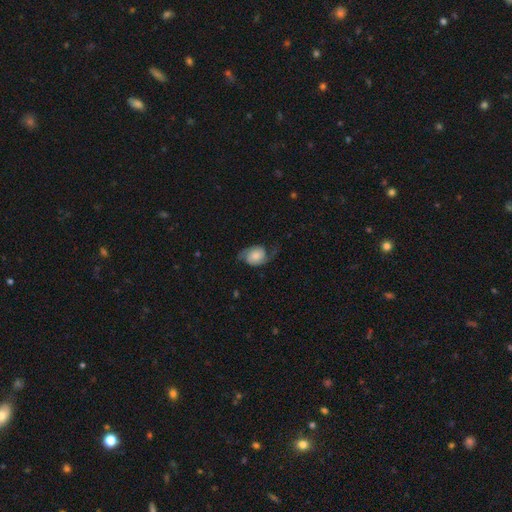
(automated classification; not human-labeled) Q: Smooth or featured?
A: featured or disk (63%); runner-up: smooth (29%)
Q: Edge-on disk?
A: no (97%); runner-up: yes (3%)
Q: Bar?
A: no (73%); runner-up: weak (22%)
Q: Spiral arms?
A: yes (92%); runner-up: no (8%)
Q: Spiral winding?
A: loose (50%); runner-up: medium (36%)
Q: Spiral arm count?
A: 2 (90%); runner-up: can't tell (4%)
Q: Bulge size?
A: moderate (31%); runner-up: small (30%)
Q: Merging?
A: none (62%); runner-up: minor disturbance (23%)